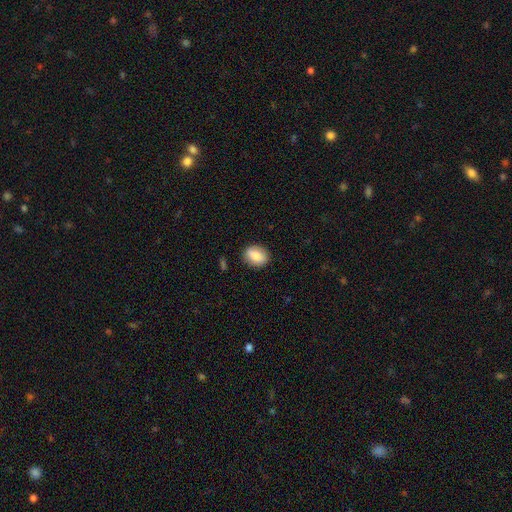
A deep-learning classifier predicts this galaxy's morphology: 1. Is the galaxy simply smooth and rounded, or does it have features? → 81% smooth, 12% featured or disk, 7% star or artifact.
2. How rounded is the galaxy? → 65% in between, 33% round, 2% cigar-shaped.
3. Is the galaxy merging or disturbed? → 87% none, 10% minor disturbance, 2% major disturbance, 1% merger.